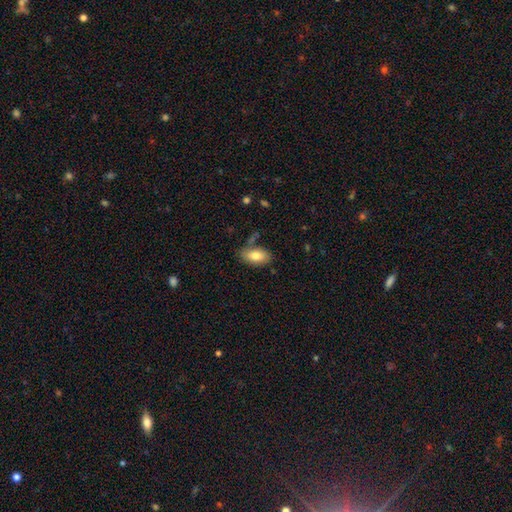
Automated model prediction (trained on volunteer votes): smooth_or_featured: smooth (p=0.80) [alt: featured or disk p=0.13]
how_rounded: in between (p=0.92) [alt: cigar-shaped p=0.04]
merging: none (p=0.74) [alt: minor disturbance p=0.16]